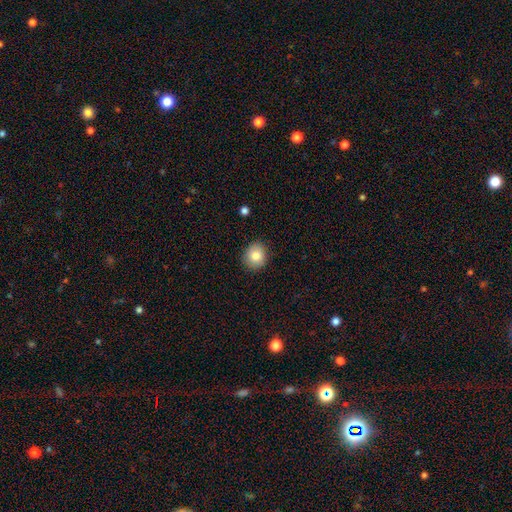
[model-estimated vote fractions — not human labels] smooth 81%, featured or disk 10%, star or artifact 9%. Down the decision tree: how rounded — round (75%); merging — none (87%).